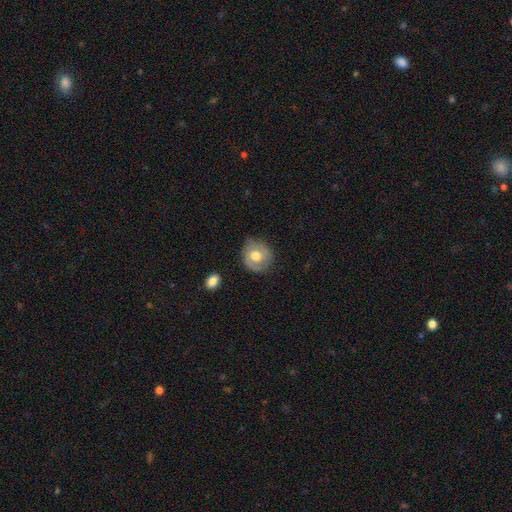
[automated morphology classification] Overall: smooth (52%; featured or disk 41%). How rounded: round (80%). Merging: none (74%).